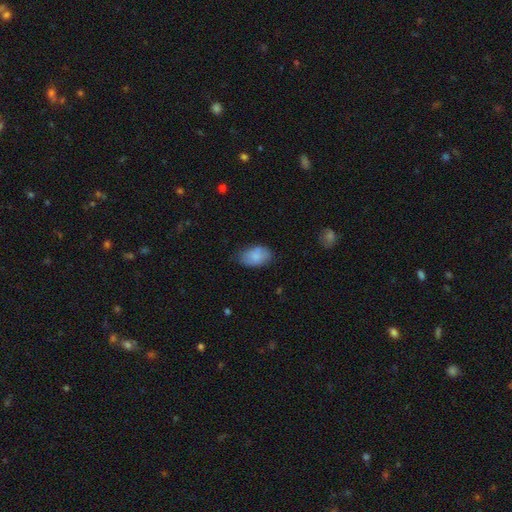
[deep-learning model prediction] Smooth or featured? smooth (84%)
How rounded? in between (90%)
Merging? none (67%)